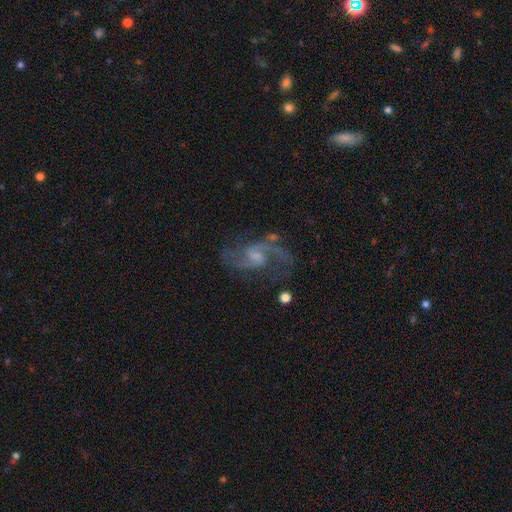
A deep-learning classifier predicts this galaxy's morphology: smooth-or-featured: featured or disk: 80% | star or artifact: 12% | smooth: 8%
  disk-edge-on: no: 97% | yes: 3%
    bar: weak: 45% (tied) | no: 45% (tied) | strong: 10%
    has-spiral-arms: yes: 93% | no: 7%
      spiral-winding: loose: 53% | medium: 39% | tight: 8%
      spiral-arm-count: 2: 80% | can't tell: 7% | 3: 4% | 1: 4% | 4: 2% | more than 4: 2%
    bulge-size: small: 40% | moderate: 39% | none: 12% | large: 6% | dominant: 2%
  merging: none: 65% | major disturbance: 16% | minor disturbance: 15% | merger: 4%